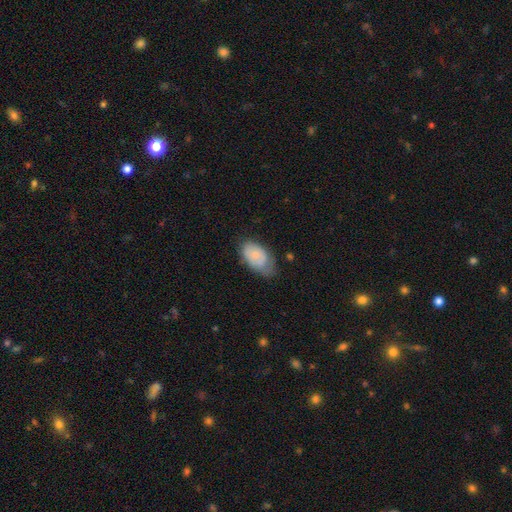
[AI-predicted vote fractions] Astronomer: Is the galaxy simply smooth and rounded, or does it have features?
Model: smooth — 68%.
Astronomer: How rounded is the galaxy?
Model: in between — 93%.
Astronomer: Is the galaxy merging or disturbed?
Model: none — 52% (runner-up: minor disturbance, 35%).